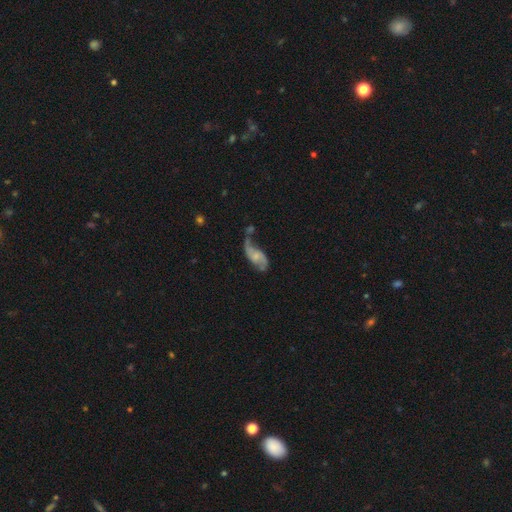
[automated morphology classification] Smooth or featured? Predicted: featured or disk (p=0.71). Edge-on disk? Predicted: no (p=0.95). Bar? Predicted: no (p=0.54). Spiral arms? Predicted: yes (p=0.88). Spiral winding? Predicted: loose (p=0.73). Spiral arm count? Predicted: 2 (p=0.83). Bulge size? Predicted: small (p=0.47). Merging? Predicted: none (p=0.34).